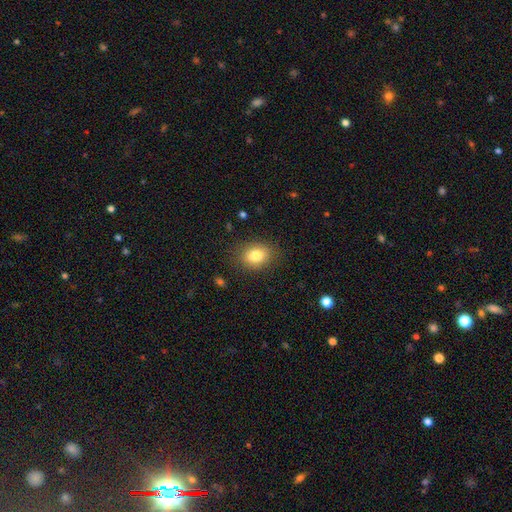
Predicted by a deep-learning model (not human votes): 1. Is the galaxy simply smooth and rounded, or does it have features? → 81% smooth, 10% featured or disk, 10% star or artifact.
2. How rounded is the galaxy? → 57% in between, 42% round, 1% cigar-shaped.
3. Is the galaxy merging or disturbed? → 84% none, 11% minor disturbance, 4% major disturbance, 1% merger.